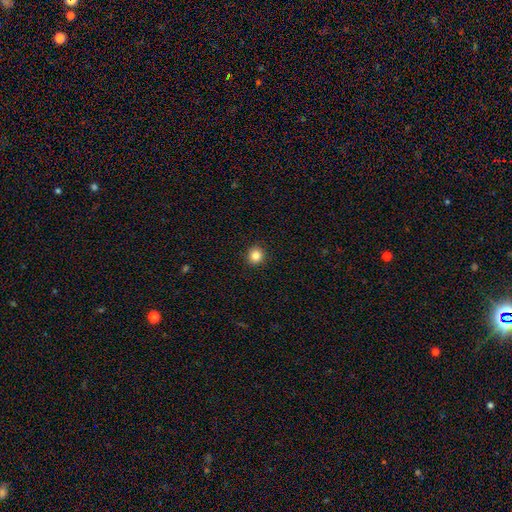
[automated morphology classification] Q: Smooth or featured?
A: smooth (85%); runner-up: star or artifact (11%)
Q: How rounded?
A: round (90%); runner-up: in between (9%)
Q: Merging?
A: none (93%); runner-up: minor disturbance (5%)